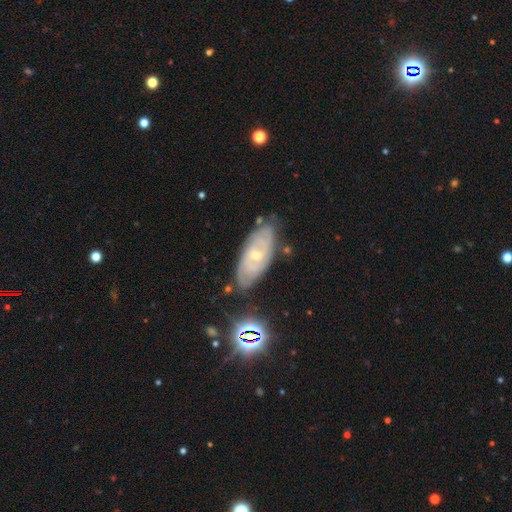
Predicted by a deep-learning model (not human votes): smooth-or-featured: featured or disk: 77% | smooth: 14% | star or artifact: 9%
  disk-edge-on: no: 92% | yes: 8%
    bar: no: 47% | weak: 44% | strong: 9%
    has-spiral-arms: yes: 93% | no: 7%
      spiral-winding: tight: 68% | medium: 26% | loose: 6%
      spiral-arm-count: can't tell: 41% | 2: 35% | 3: 12% | 4: 6% | more than 4: 3% | 1: 3%
    bulge-size: small: 59% | moderate: 37% | none: 2% | large: 1% | dominant: 1%
  merging: none: 74% | minor disturbance: 19% | major disturbance: 4% | merger: 3%